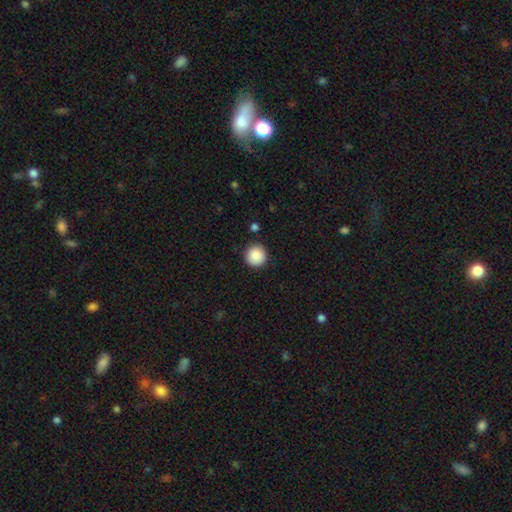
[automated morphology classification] Overall: smooth (89%). How rounded: round (96%). Merging: none (91%).